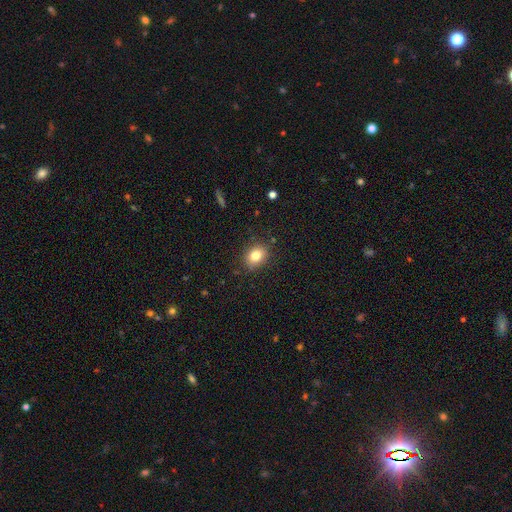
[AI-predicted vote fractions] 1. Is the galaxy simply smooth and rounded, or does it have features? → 80% smooth, 11% star or artifact, 9% featured or disk.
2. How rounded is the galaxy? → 52% in between, 47% round, 1% cigar-shaped.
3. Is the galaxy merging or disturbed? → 86% none, 10% minor disturbance, 3% major disturbance, 1% merger.